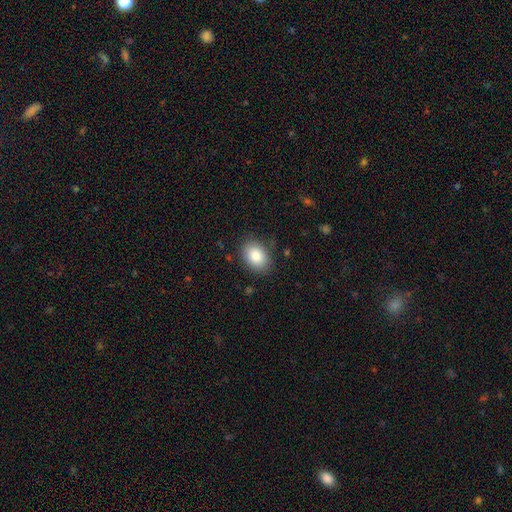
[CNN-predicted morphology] The model was most divided on "how rounded": in between: 71%, round: 28%, cigar-shaped: 1%. More confident: smooth or featured — smooth (86%); merging — none (84%).